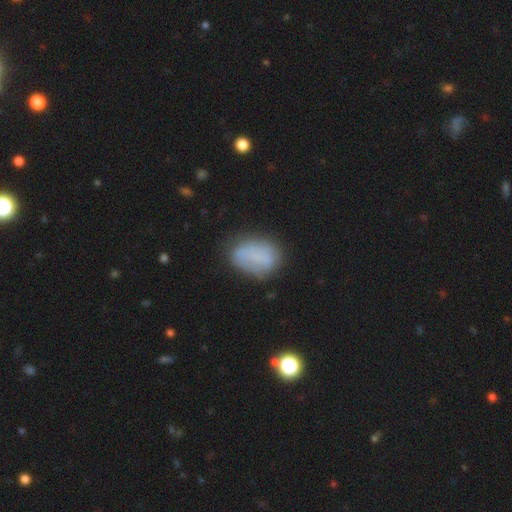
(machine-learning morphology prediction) Smooth or featured? Predicted: smooth (p=0.71). How rounded? Predicted: in between (p=0.77). Merging? Predicted: none (p=0.66).